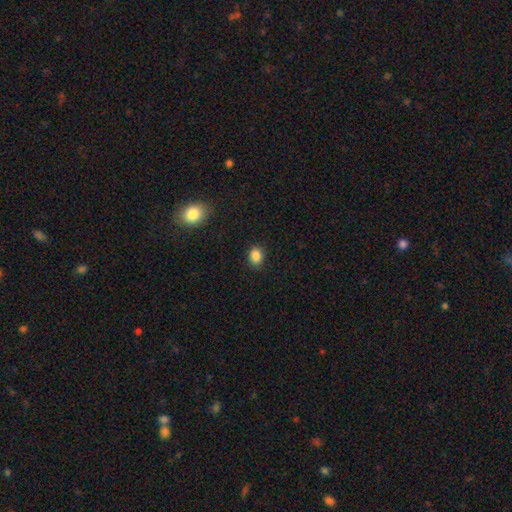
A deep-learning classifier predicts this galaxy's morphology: type=smooth (86%); roundness=round (52%); merging=none (88%).